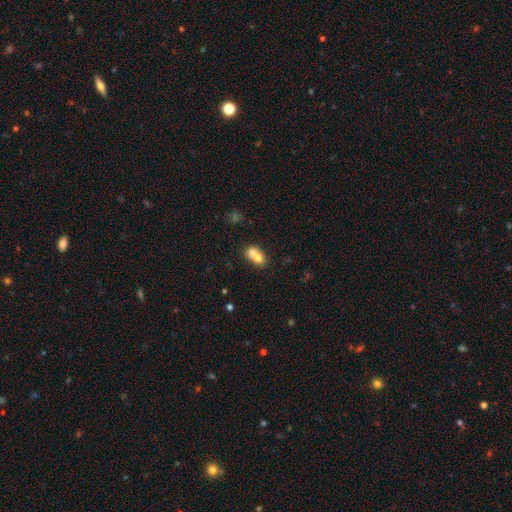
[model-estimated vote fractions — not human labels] Q: Smooth or featured?
A: smooth (70%); runner-up: featured or disk (21%)
Q: How rounded?
A: round (54%); runner-up: in between (45%)
Q: Merging?
A: merger (72%); runner-up: none (21%)